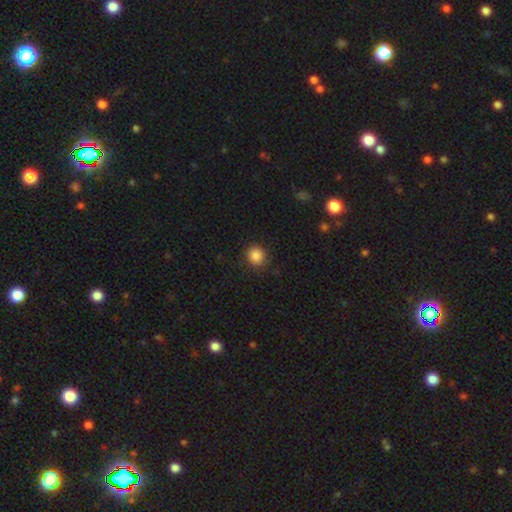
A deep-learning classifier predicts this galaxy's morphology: This appears to be a smooth galaxy with no disk features (86%) that is round (89%). Merging: none (88%).